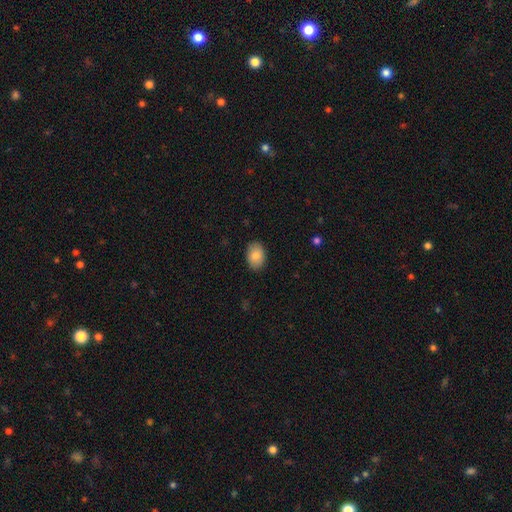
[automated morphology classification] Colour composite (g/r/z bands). It shows a smooth galaxy with no disk features (86%) that is in between round and cigar-shaped (79%). Merging: none (88%).